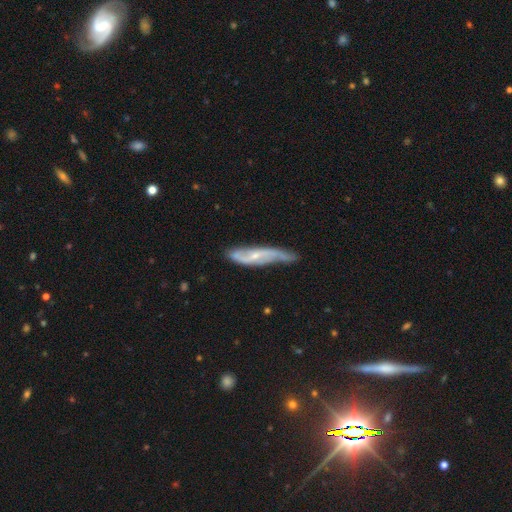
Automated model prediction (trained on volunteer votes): This is likely a featured or disk galaxy (74%). It is likely not viewed edge-on (69%). Bar: marginally no (44%). Spiral arm pattern: clearly yes (90%). Central bulge: likely small (71%). Merging: possibly none (56%).